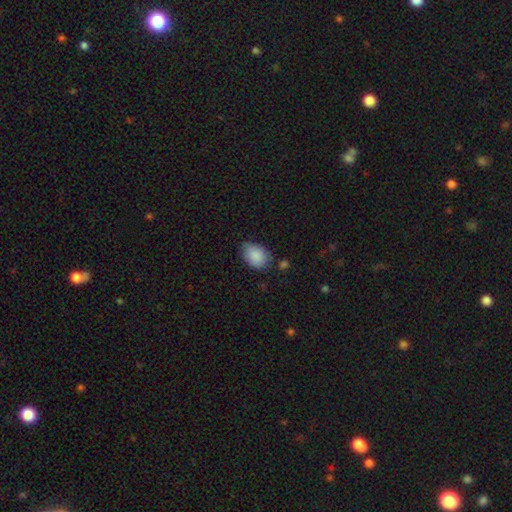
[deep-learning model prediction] This is clearly a smooth galaxy (88%). How rounded: likely in between (76%). Merging: likely none (63%).